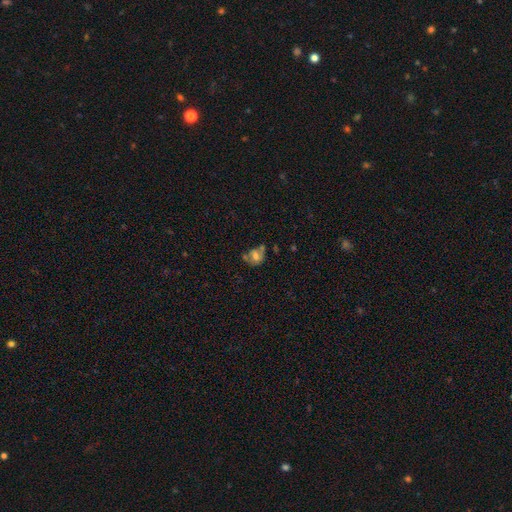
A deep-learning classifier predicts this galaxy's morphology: A smooth galaxy with no disk features (53%) that is in between round and cigar-shaped (50%).

Vote fractions:
- Smooth or featured? smooth: 53% / featured or disk: 33% / star or artifact: 14%
- How rounded? in between: 50% / round: 49% / cigar-shaped: 2%
- Merging? none: 39% / minor disturbance: 24% / merger: 20% / major disturbance: 18%